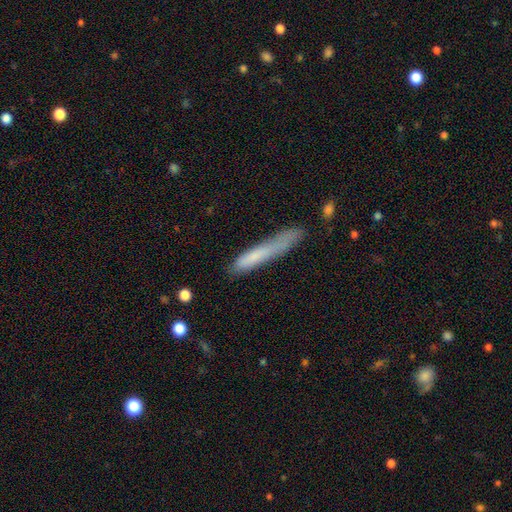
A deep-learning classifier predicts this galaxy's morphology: smooth_or_featured: smooth (p=0.71) [alt: featured or disk p=0.22]
how_rounded: cigar-shaped (p=0.94) [alt: in between p=0.05]
merging: none (p=0.61) [alt: minor disturbance p=0.25]